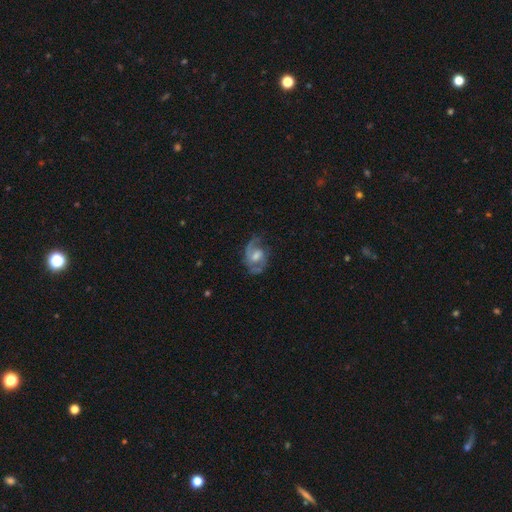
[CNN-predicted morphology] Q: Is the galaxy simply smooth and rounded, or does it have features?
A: featured or disk — 82%.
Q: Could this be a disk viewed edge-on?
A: no — 97%.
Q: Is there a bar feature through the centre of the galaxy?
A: weak — 53%.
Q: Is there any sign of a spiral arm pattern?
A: yes — 94%.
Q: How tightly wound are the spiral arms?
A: medium — 53%.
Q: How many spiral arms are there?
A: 2 — 82%.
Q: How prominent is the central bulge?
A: moderate — 49%.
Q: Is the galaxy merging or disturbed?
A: none — 64%.